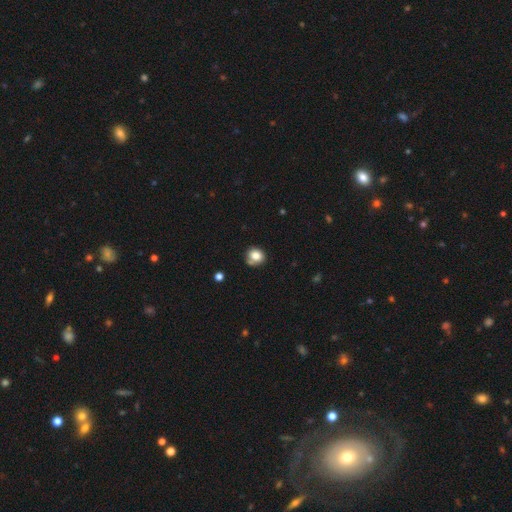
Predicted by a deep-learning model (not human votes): This appears to be a smooth galaxy with no disk features (82%) that is round (79%). Merging: none (67%).